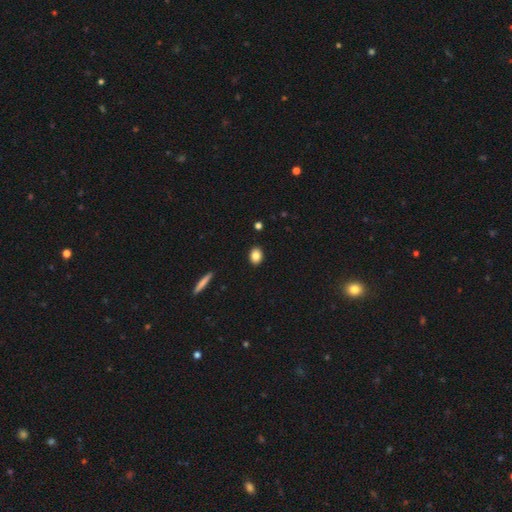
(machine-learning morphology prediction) Smooth or featured? smooth (85%)
How rounded? in between (64%)
Merging? none (91%)